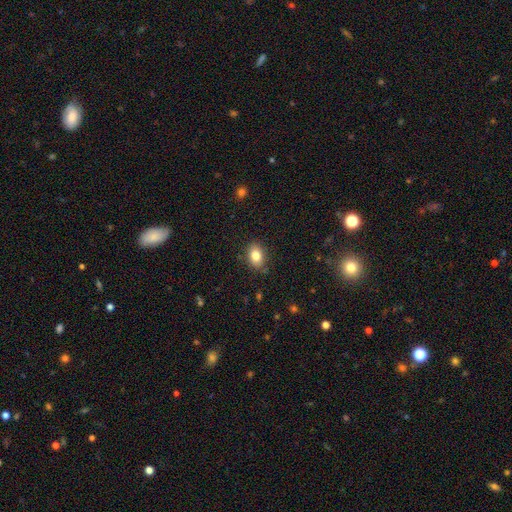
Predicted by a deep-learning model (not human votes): Q: Smooth or featured?
A: smooth (82%); runner-up: featured or disk (9%)
Q: How rounded?
A: in between (81%); runner-up: round (18%)
Q: Merging?
A: none (85%); runner-up: minor disturbance (12%)